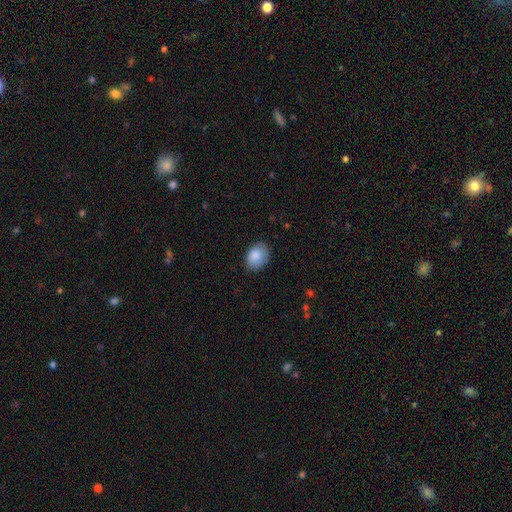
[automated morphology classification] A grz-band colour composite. It shows a smooth galaxy with no disk features (87%) that is in between round and cigar-shaped (74%). Merging: none (80%).